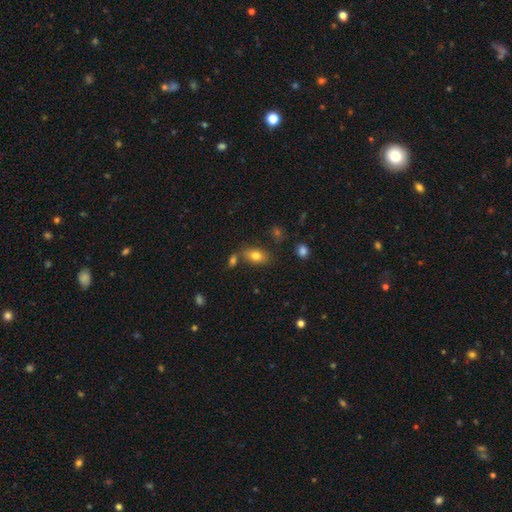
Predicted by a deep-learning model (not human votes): Smooth or featured?
  - smooth: 79% *
  - featured or disk: 12%
  - star or artifact: 9%
How rounded?
  - in between: 87% *
  - round: 9%
  - cigar-shaped: 3%
Merging?
  - none: 68% *
  - minor disturbance: 14%
  - merger: 14%
  - major disturbance: 4%